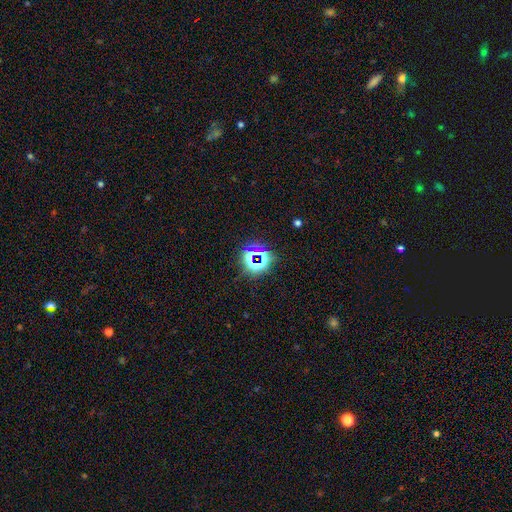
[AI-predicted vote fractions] Morphology: type=star or artifact (71%).